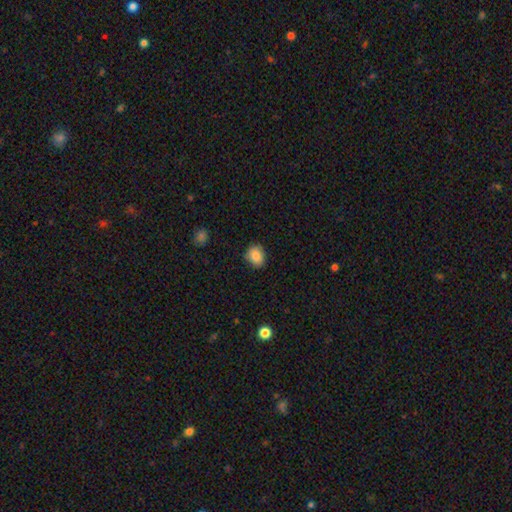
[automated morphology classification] Smooth or featured? smooth (86%)
How rounded? round (56%)
Merging? none (84%)